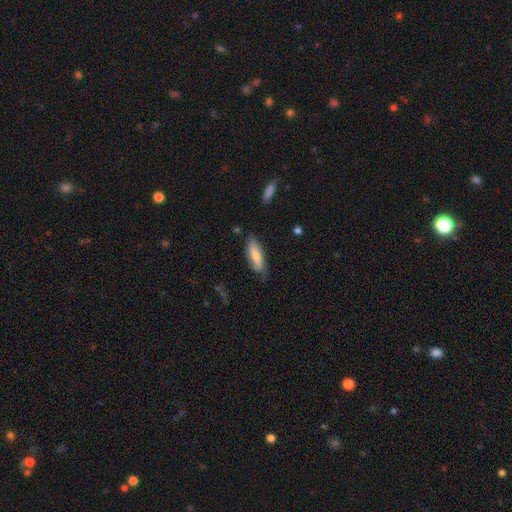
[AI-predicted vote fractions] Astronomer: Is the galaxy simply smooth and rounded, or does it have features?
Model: smooth — 73%.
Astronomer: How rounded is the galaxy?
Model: in between — 56% (runner-up: cigar-shaped, 43%).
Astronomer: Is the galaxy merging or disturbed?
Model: none — 68%.